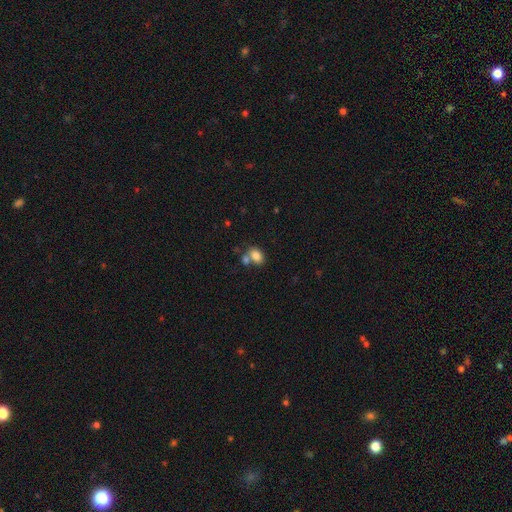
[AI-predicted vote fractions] smooth-or-featured: smooth: 83% | star or artifact: 10% | featured or disk: 8%
  how-rounded: in between: 77% | round: 21% | cigar-shaped: 1%
  merging: none: 49% | merger: 35% | minor disturbance: 12% | major disturbance: 5%